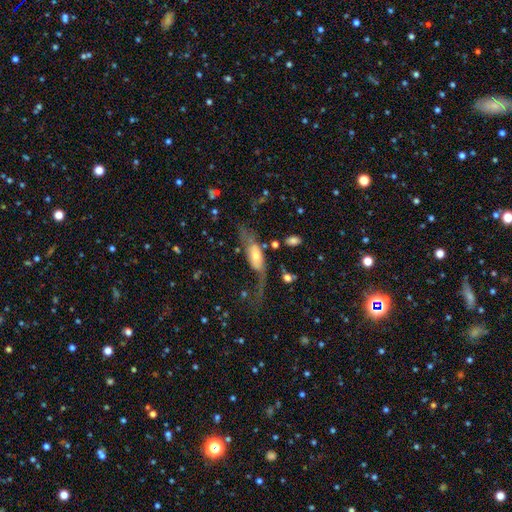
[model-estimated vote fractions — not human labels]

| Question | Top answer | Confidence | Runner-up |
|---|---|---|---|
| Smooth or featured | featured or disk | 59% | smooth (33%) |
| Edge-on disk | no | 76% | yes (24%) |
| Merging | major disturbance | 41% | none (33%) |